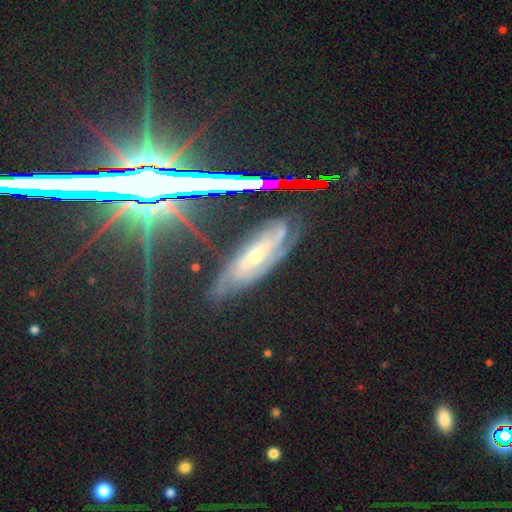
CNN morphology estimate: type=featured or disk (67%); edge-on=no (75%); bar=no (51%); spiral arms=yes (94%); bulge=small (61%); merging=none (76%).